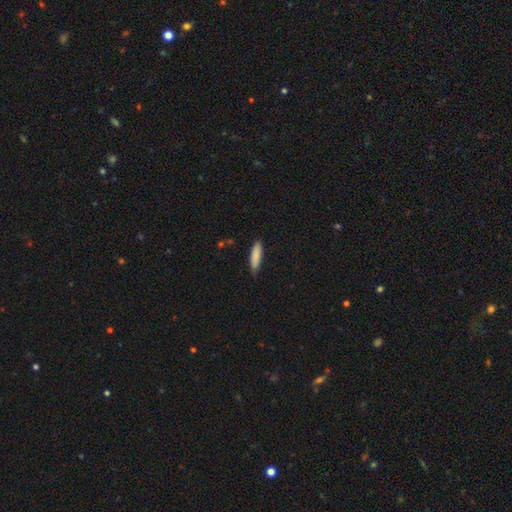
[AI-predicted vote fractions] Smooth or featured?
  - smooth: 85% *
  - featured or disk: 9%
  - star or artifact: 6%
How rounded?
  - cigar-shaped: 66% *
  - in between: 33%
  - round: 1%
Merging?
  - none: 82% *
  - minor disturbance: 15%
  - major disturbance: 2%
  - merger: 1%